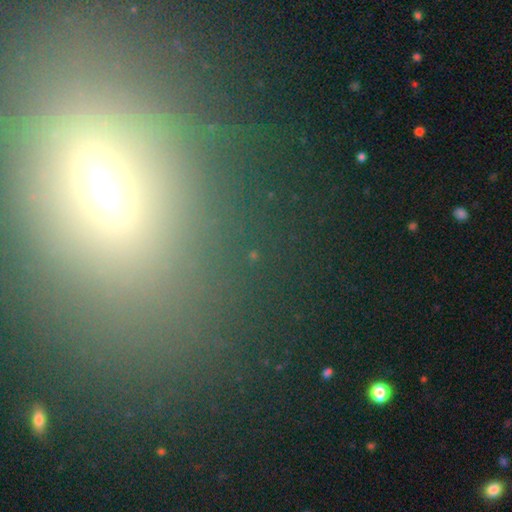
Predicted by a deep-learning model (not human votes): The model was most divided on "smooth or featured": star or artifact: 47%, smooth: 33%, featured or disk: 20%.